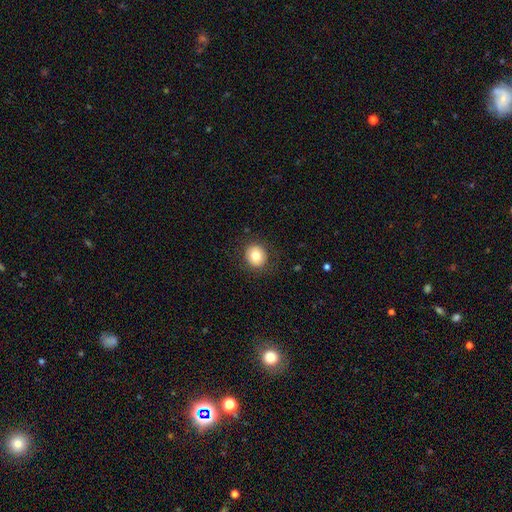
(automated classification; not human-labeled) This is likely a smooth galaxy (78%). How rounded: clearly round (84%). Merging: clearly none (88%).